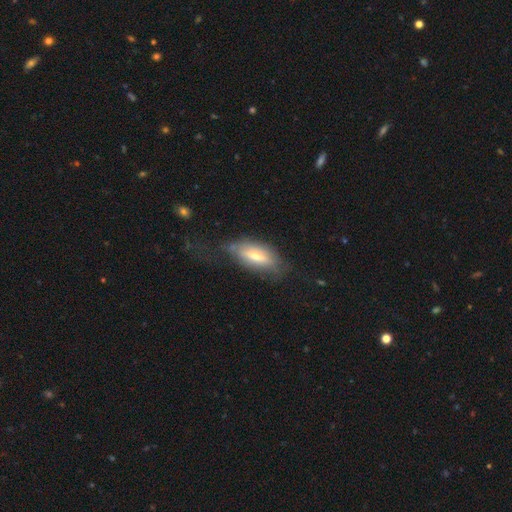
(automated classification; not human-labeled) Morphology: type=smooth (54%); roundness=in between (78%); merging=none (47%).